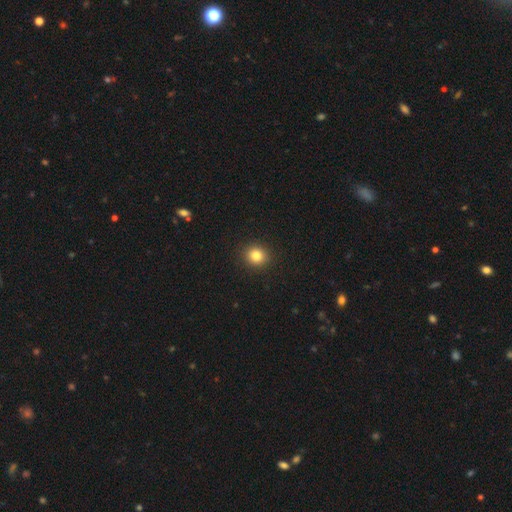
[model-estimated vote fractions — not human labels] This appears to be a smooth galaxy with no disk features (83%) that is round (85%). Merging: none (92%).